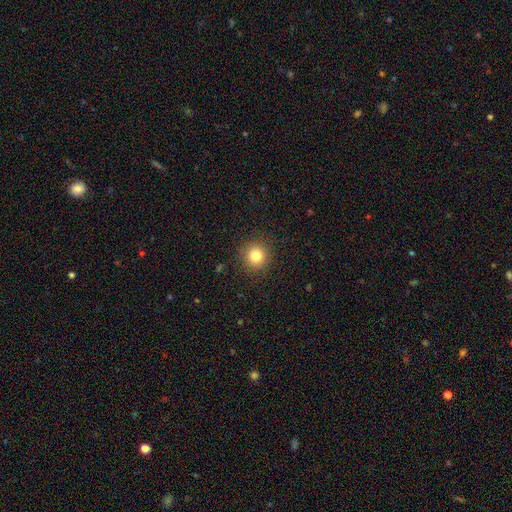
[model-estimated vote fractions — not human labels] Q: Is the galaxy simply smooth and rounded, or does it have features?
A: smooth — 81%.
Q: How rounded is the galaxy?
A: round — 93%.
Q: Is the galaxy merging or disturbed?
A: none — 91%.